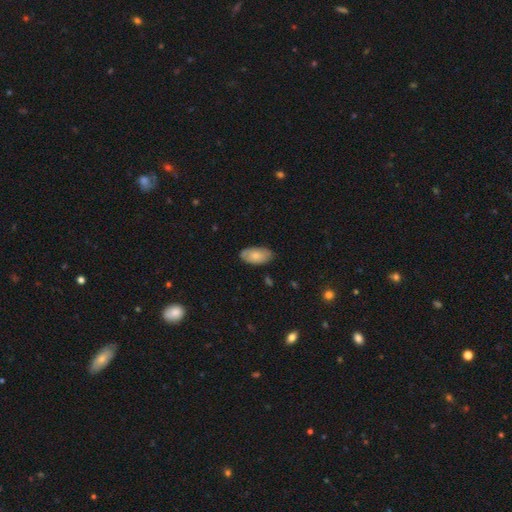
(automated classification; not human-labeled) Smooth or featured: smooth — 73% (featured or disk — 21%)
How rounded: in between — 94% (round — 3%)
Merging: none — 79% (minor disturbance — 17%)